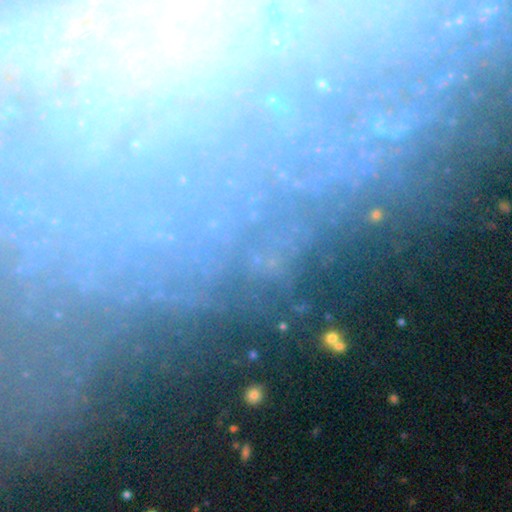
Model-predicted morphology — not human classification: Smooth or featured? star or artifact (42%)